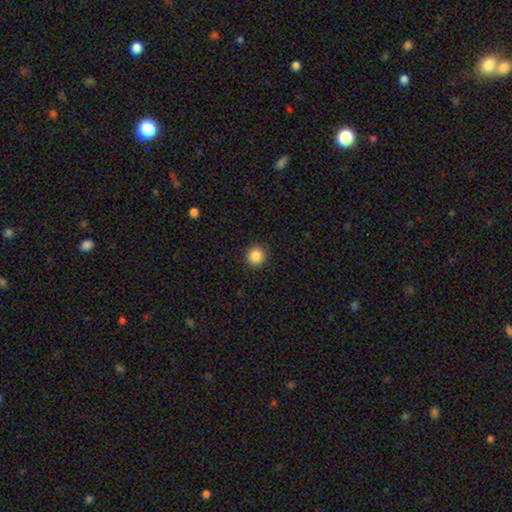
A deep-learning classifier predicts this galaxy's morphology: type=smooth (87%); roundness=round (94%); merging=none (92%).